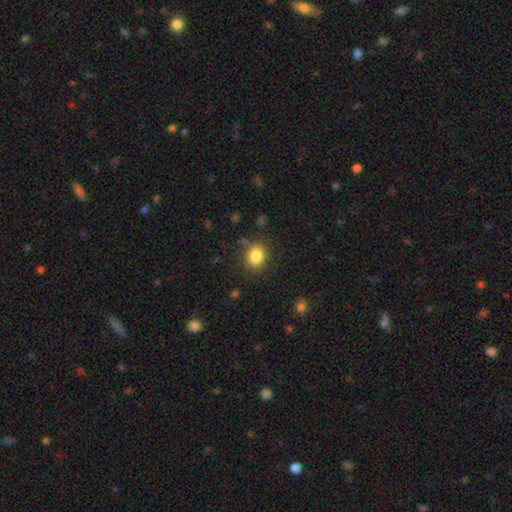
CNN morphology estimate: This is clearly a smooth galaxy (85%). How rounded: possibly round (54%). Merging: clearly none (81%).